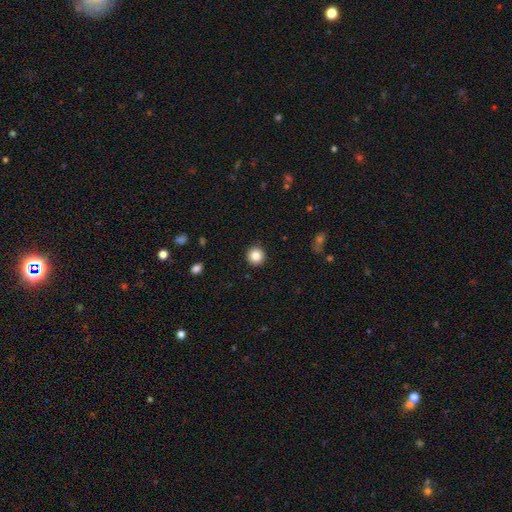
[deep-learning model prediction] Smooth or featured?
  - smooth: 86% *
  - star or artifact: 10%
  - featured or disk: 5%
How rounded?
  - round: 94% *
  - in between: 5%
  - cigar-shaped: 1%
Merging?
  - none: 92% *
  - minor disturbance: 5%
  - major disturbance: 2%
  - merger: 1%